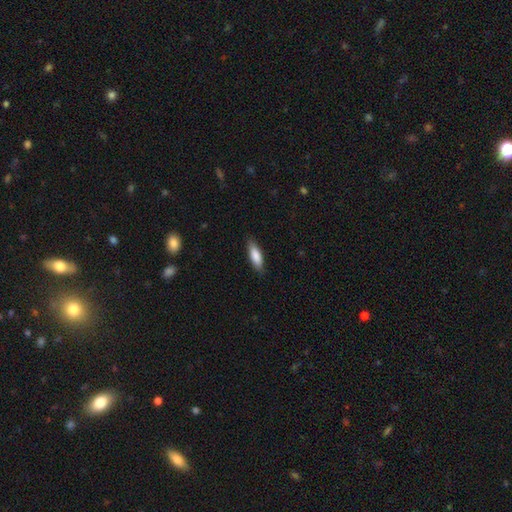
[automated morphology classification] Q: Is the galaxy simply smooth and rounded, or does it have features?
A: smooth — 84%.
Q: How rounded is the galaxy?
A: in between — 54%.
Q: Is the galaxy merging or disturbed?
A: none — 84%.